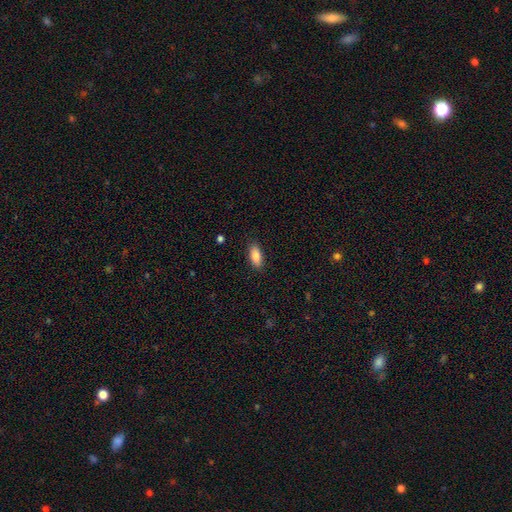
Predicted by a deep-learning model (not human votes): A smooth galaxy with no disk features (87%) that is in between round and cigar-shaped (84%). Merging: none (87%).